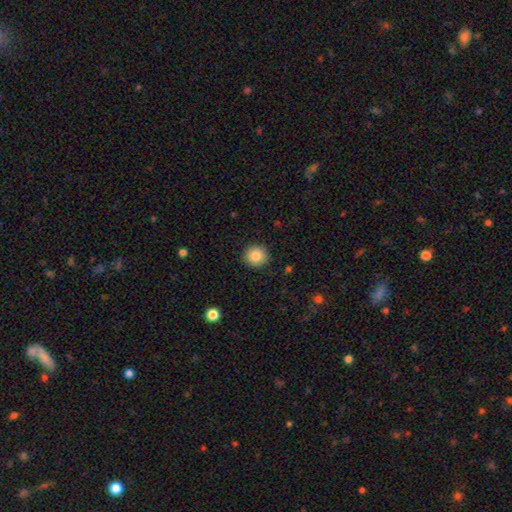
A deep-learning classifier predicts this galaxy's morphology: Q: Smooth or featured?
A: smooth (86%); runner-up: star or artifact (9%)
Q: How rounded?
A: round (92%); runner-up: in between (7%)
Q: Merging?
A: none (92%); runner-up: minor disturbance (6%)